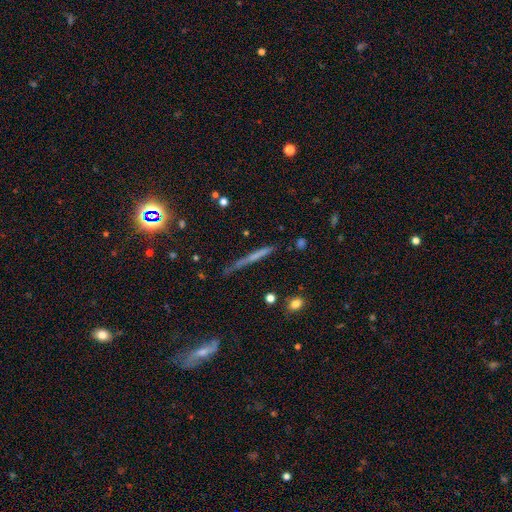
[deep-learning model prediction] Smooth or featured: smooth — 47% (featured or disk — 42%)
Merging: none — 72% (minor disturbance — 20%)